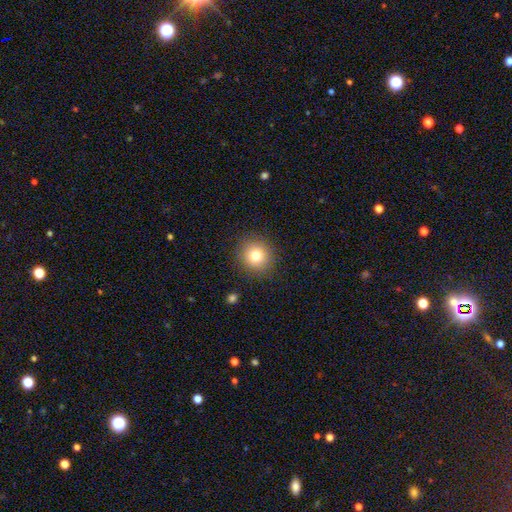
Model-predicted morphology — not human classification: Smooth or featured? Predicted: smooth (p=0.79). How rounded? Predicted: round (p=0.90). Merging? Predicted: none (p=0.89).